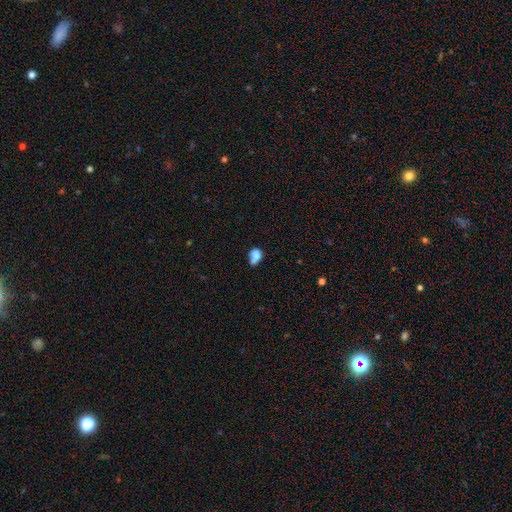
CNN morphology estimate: Smooth or featured? Predicted: smooth (p=0.73). How rounded? Predicted: in between (p=0.65). Merging? Predicted: merger (p=0.44).